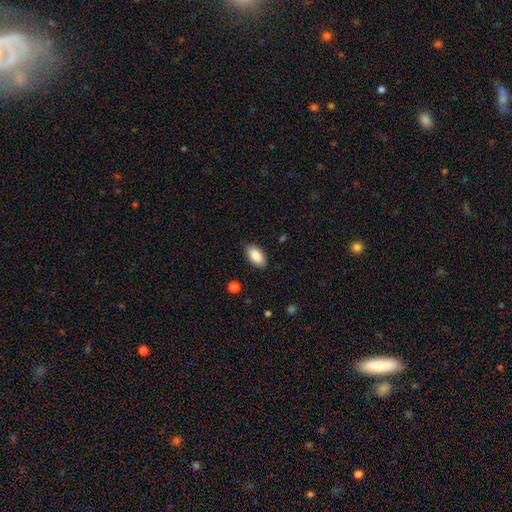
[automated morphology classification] This is clearly a smooth galaxy (89%). How rounded: clearly in between (94%). Merging: clearly none (88%).